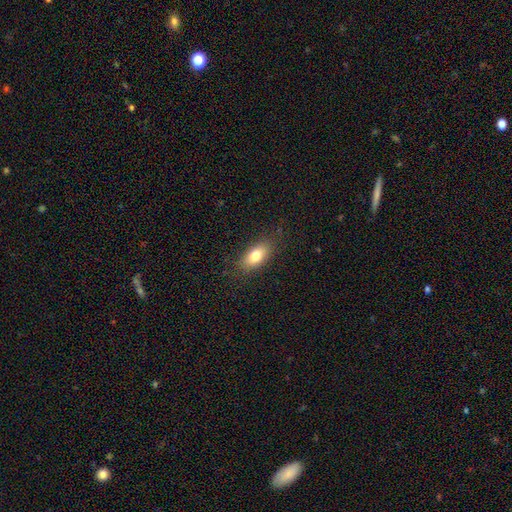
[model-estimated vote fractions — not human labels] smooth_or_featured: smooth (p=0.78) [alt: featured or disk p=0.14]
how_rounded: in between (p=0.84) [alt: cigar-shaped p=0.10]
merging: none (p=0.84) [alt: minor disturbance p=0.12]